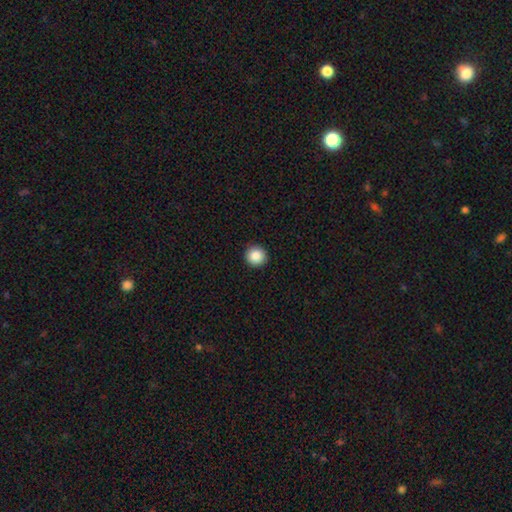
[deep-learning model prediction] A smooth galaxy with no disk features (87%) that is round (95%). Merging: none (93%).